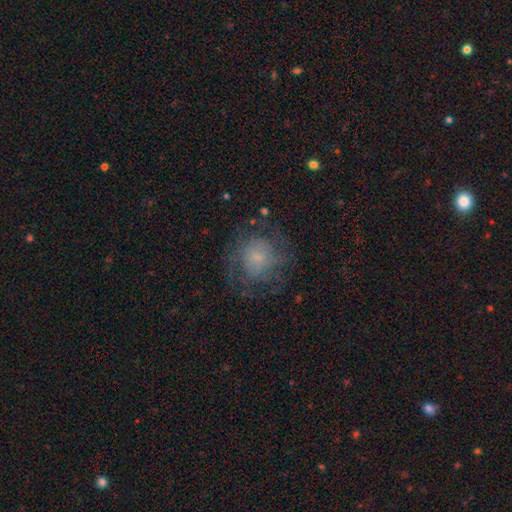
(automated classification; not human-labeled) Smooth or featured? Predicted: featured or disk (p=0.44). Merging? Predicted: none (p=0.68).